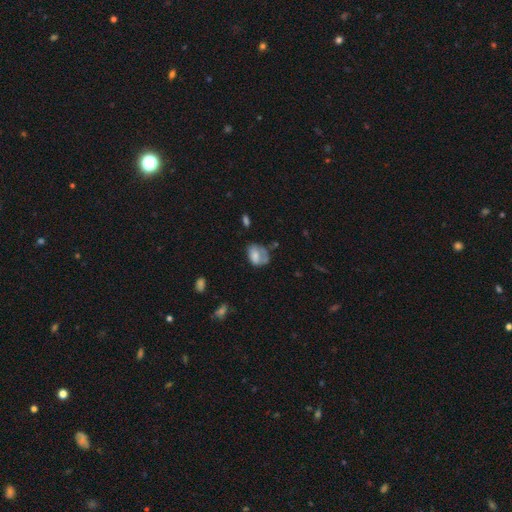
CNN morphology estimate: type=smooth (64%); roundness=in between (72%); merging=none (36%).